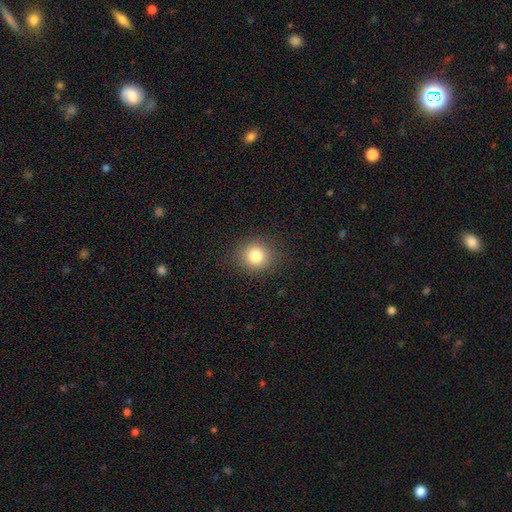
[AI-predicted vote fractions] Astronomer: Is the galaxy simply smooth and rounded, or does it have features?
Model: smooth — 82%.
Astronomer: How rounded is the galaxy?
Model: round — 86%.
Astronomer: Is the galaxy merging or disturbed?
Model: none — 89%.